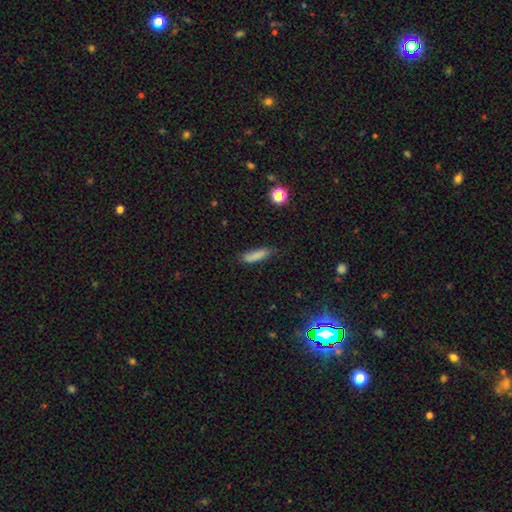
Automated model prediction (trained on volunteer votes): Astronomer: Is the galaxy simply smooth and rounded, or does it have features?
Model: smooth — 82%.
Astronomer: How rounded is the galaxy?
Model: cigar-shaped — 65%.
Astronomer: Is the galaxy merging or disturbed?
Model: none — 66%.